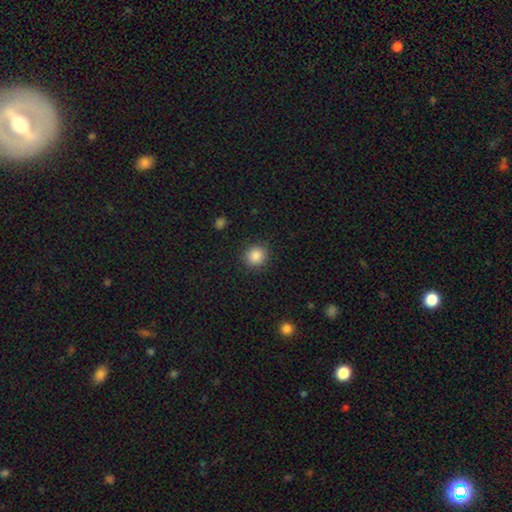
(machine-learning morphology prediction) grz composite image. It shows a smooth galaxy with no disk features (87%) that is round (90%). Merging: none (90%).